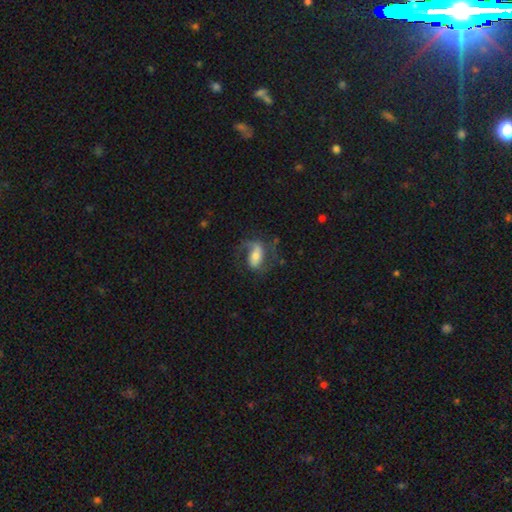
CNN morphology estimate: smooth_or_featured: featured or disk (p=0.63) [alt: smooth p=0.30]
disk_edge_on: no (p=0.94) [alt: yes p=0.06]
bar: strong (p=0.36) [alt: weak p=0.35]
has_spiral_arms: yes (p=0.88) [alt: no p=0.12]
spiral_winding: medium (p=0.44) [alt: loose p=0.40]
spiral_arm_count: 2 (p=0.65) [alt: 1 p=0.26]
bulge_size: moderate (p=0.47) [alt: small p=0.28]
merging: none (p=0.53) [alt: major disturbance p=0.24]